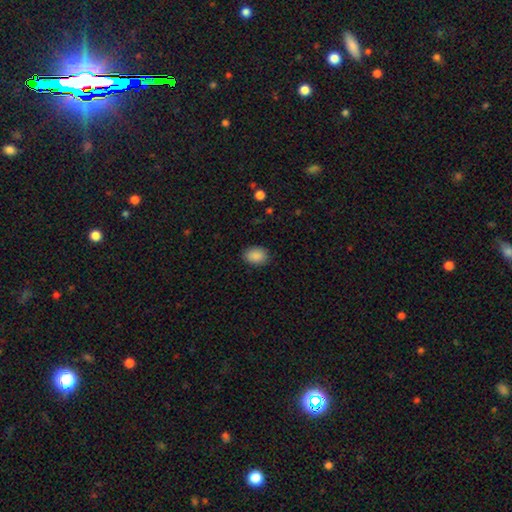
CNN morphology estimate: Q: Smooth or featured?
A: smooth (89%); runner-up: star or artifact (8%)
Q: How rounded?
A: in between (77%); runner-up: round (21%)
Q: Merging?
A: none (87%); runner-up: minor disturbance (9%)